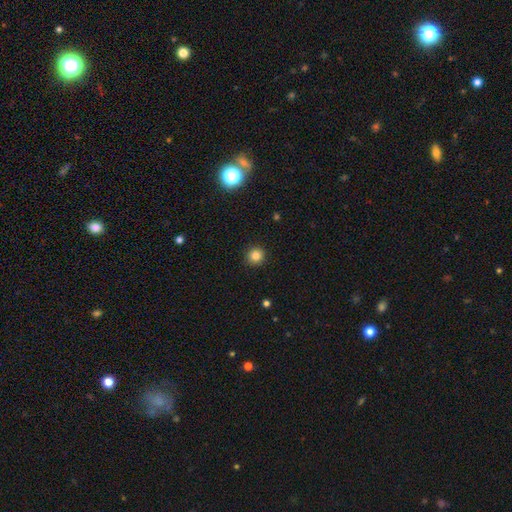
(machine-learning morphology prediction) Smooth or featured?
  - smooth: 83% *
  - star or artifact: 12%
  - featured or disk: 5%
How rounded?
  - round: 91% *
  - in between: 8%
  - cigar-shaped: 1%
Merging?
  - none: 92% *
  - minor disturbance: 6%
  - major disturbance: 2%
  - merger: 1%